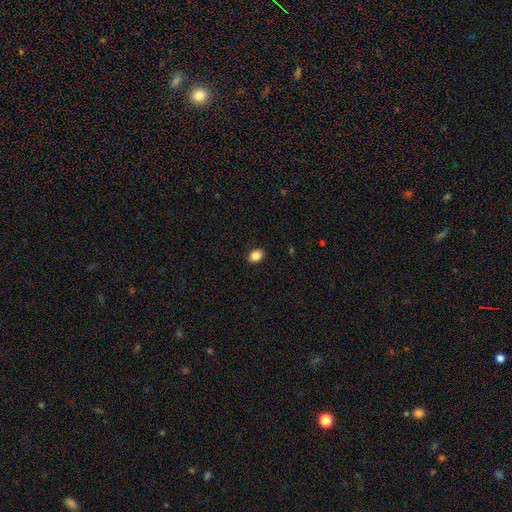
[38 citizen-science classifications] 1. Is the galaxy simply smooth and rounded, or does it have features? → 97% smooth, 3% star or artifact, 0% featured or disk.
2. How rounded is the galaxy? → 57% round, 43% in between, 0% cigar-shaped.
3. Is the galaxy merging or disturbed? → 92% none, 5% minor disturbance, 3% major disturbance, 0% merger.